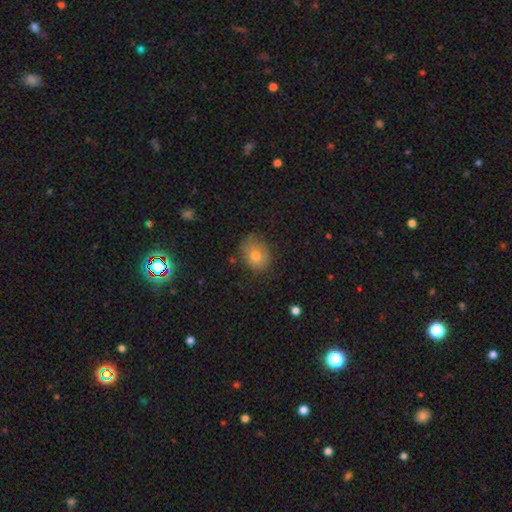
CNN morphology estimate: Smooth or featured? smooth (73%)
How rounded? in between (52%)
Merging? none (72%)